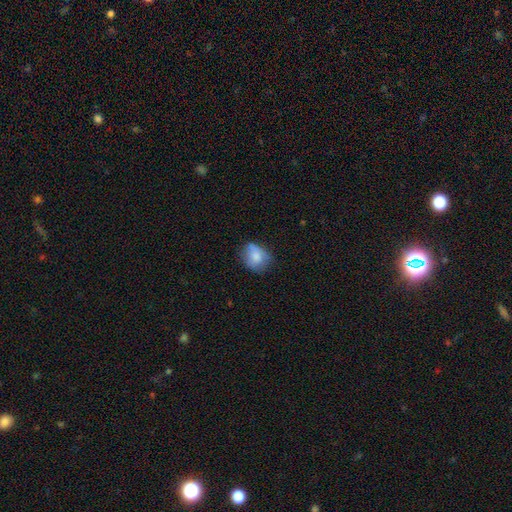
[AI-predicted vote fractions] The model was most divided on "how rounded": round: 52%, in between: 47%, cigar-shaped: 1%. More confident: smooth or featured — smooth (76%); merging — none (54%).